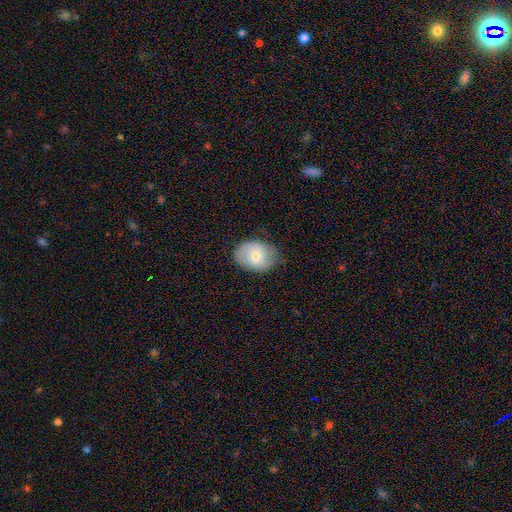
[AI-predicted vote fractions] Morphology: type=smooth (61%); roundness=in between (69%); merging=none (76%).